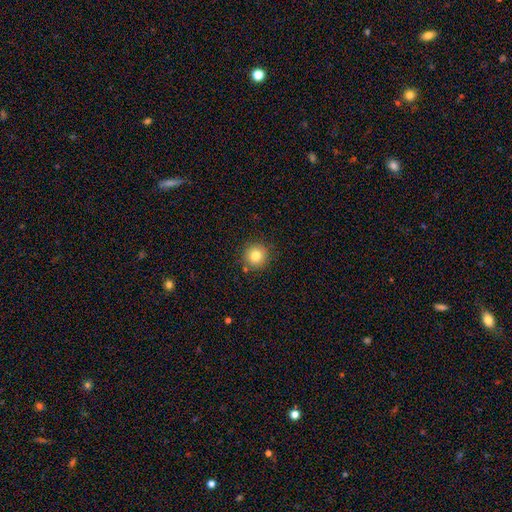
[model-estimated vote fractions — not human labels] Overall: smooth (80%). How rounded: round (94%). Merging: none (86%).